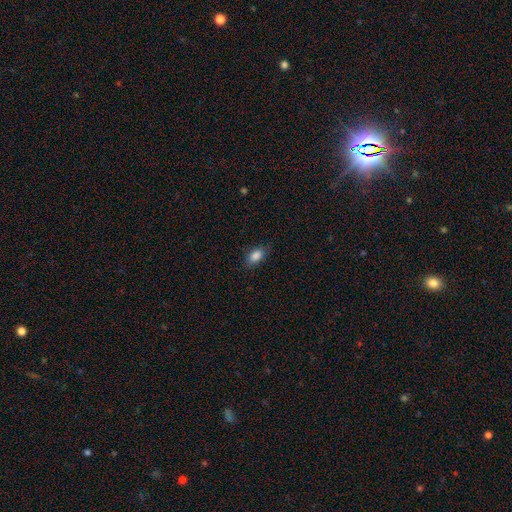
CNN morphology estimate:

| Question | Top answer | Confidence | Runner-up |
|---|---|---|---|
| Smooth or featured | smooth | 86% | star or artifact (8%) |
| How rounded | in between | 88% | round (8%) |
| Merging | none | 79% | minor disturbance (16%) |